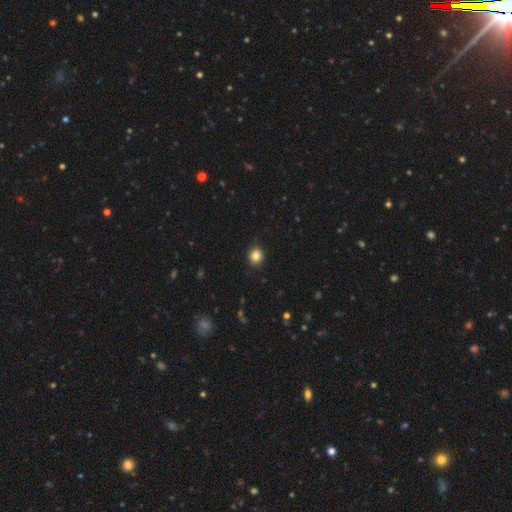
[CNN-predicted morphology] This is clearly a smooth galaxy (85%). How rounded: likely round (77%). Merging: clearly none (89%).